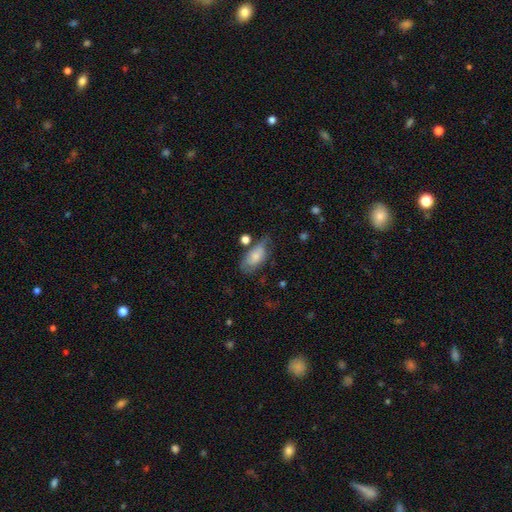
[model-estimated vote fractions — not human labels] A smooth galaxy with no disk features (70%) that is in between round and cigar-shaped (90%). Merging: none (44%).